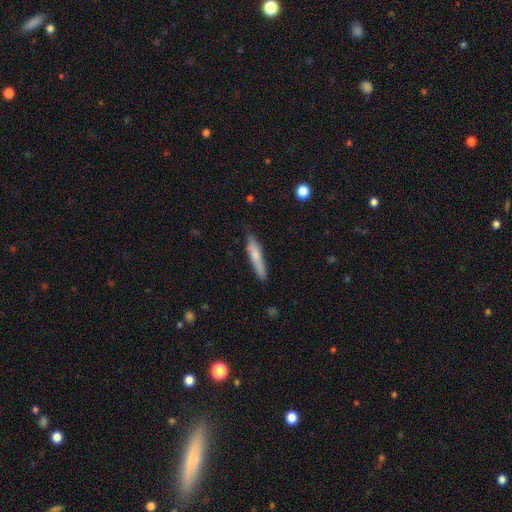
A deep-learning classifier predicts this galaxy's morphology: Overall: smooth (70%). How rounded: cigar-shaped (90%). Merging: none (79%).